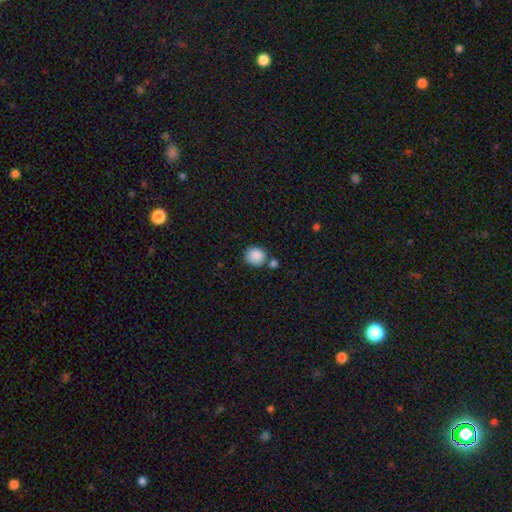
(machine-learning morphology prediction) Smooth or featured?
  - smooth: 88% *
  - star or artifact: 8%
  - featured or disk: 4%
How rounded?
  - round: 87% *
  - in between: 12%
  - cigar-shaped: 1%
Merging?
  - none: 70% *
  - merger: 16%
  - minor disturbance: 11%
  - major disturbance: 3%